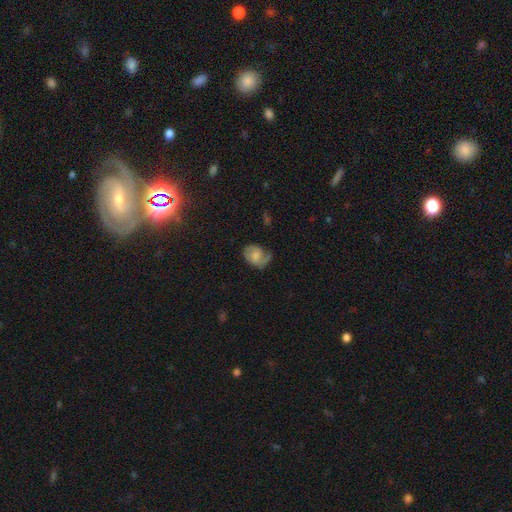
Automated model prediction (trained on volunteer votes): A featured or disk galaxy (49%). Merging: none (48%).